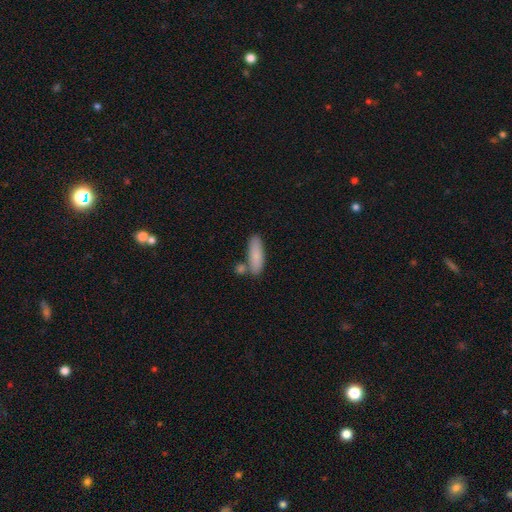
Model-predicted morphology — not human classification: A smooth galaxy with no disk features (84%) that is in between round and cigar-shaped (51%). Merging: none (66%).